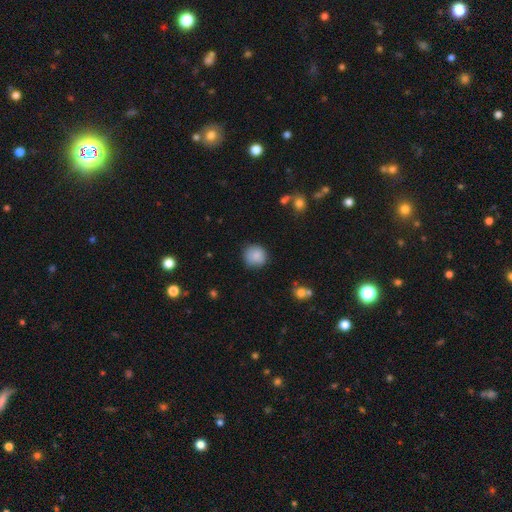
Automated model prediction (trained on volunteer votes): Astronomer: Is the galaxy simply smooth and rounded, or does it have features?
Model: smooth — 86%.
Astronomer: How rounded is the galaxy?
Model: round — 90%.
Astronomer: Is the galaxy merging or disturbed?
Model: none — 82%.